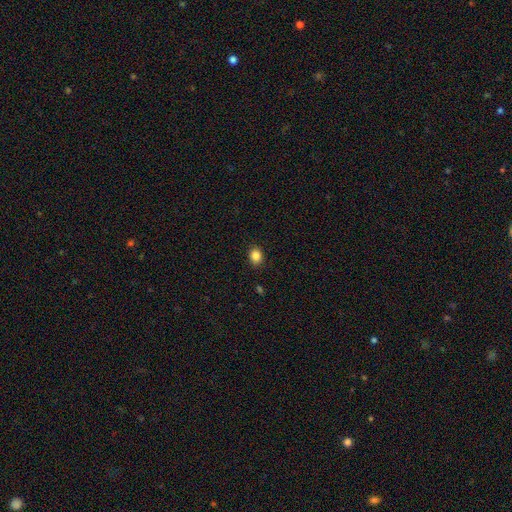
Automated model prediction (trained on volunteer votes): Smooth or featured?
  - smooth: 86% *
  - star or artifact: 10%
  - featured or disk: 4%
How rounded?
  - round: 53% *
  - in between: 46%
  - cigar-shaped: 1%
Merging?
  - none: 88% *
  - minor disturbance: 8%
  - major disturbance: 2%
  - merger: 1%